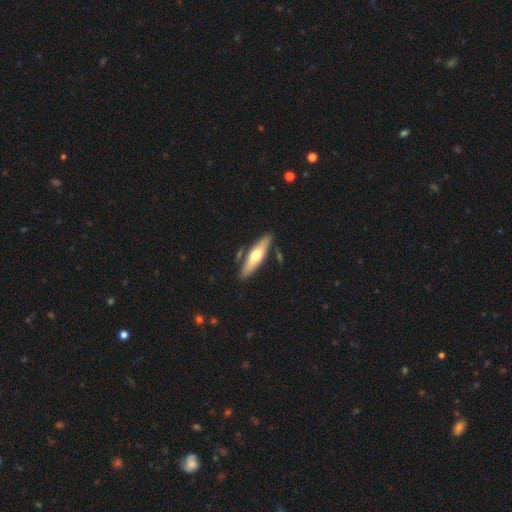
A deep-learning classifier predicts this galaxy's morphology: A smooth galaxy with no disk features (51%) that is cigar-shaped (68%). Merging: none (80%).